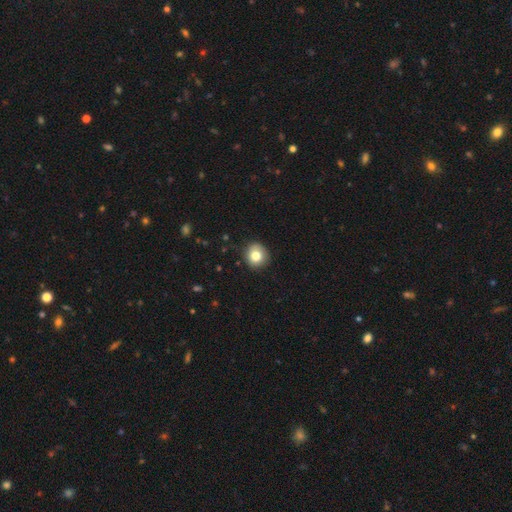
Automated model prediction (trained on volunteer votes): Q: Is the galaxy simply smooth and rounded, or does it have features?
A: smooth — 82%.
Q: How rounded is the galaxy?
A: round — 86%.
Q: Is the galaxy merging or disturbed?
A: none — 85%.